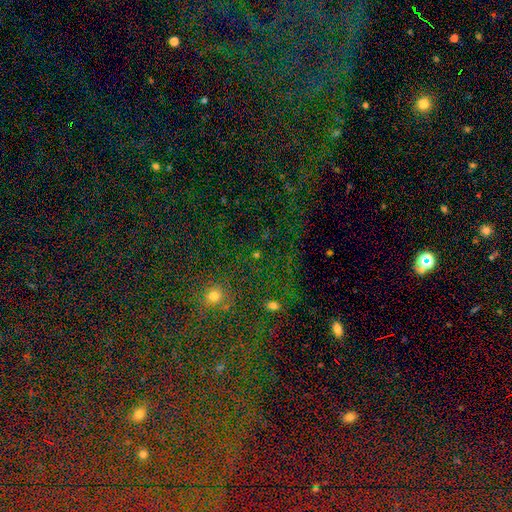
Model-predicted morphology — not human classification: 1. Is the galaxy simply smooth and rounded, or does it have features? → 60% star or artifact, 32% smooth, 9% featured or disk.